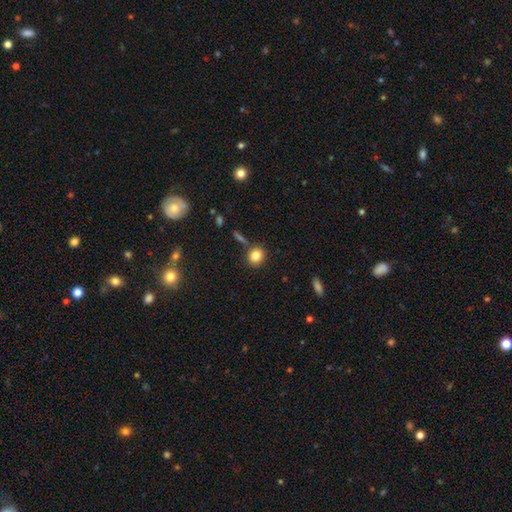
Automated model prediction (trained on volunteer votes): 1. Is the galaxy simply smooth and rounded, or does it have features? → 83% smooth, 10% star or artifact, 6% featured or disk.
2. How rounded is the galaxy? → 76% round, 23% in between, 1% cigar-shaped.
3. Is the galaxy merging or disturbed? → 79% none, 10% minor disturbance, 8% merger, 3% major disturbance.